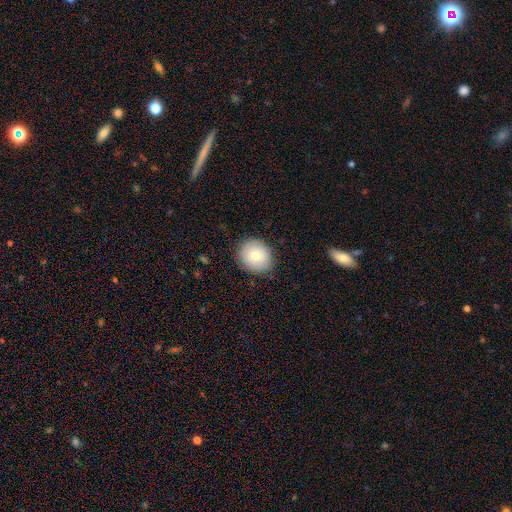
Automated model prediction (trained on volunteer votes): Smooth or featured?
  - smooth: 77% *
  - featured or disk: 14%
  - star or artifact: 9%
How rounded?
  - round: 78% *
  - in between: 21%
  - cigar-shaped: 1%
Merging?
  - none: 87% *
  - minor disturbance: 10%
  - major disturbance: 3%
  - merger: 1%